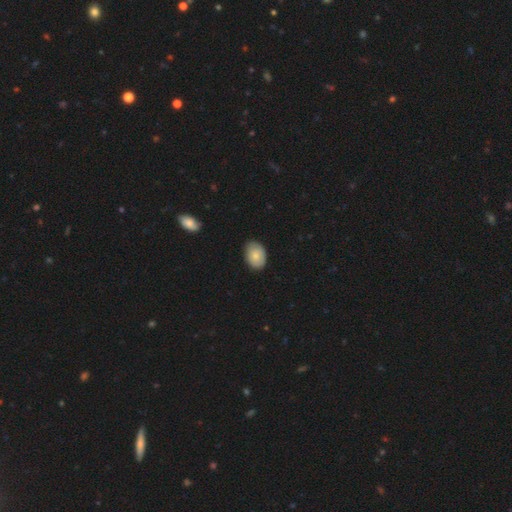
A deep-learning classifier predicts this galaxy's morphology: Overall: smooth (82%). How rounded: in between (81%). Merging: none (80%).